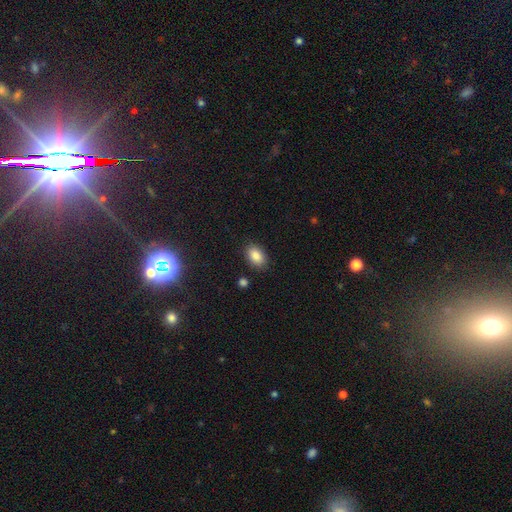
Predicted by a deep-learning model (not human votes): Smooth or featured? smooth (86%)
How rounded? in between (86%)
Merging? none (86%)